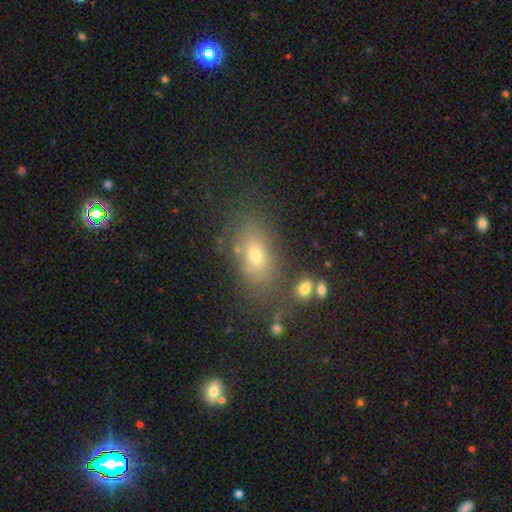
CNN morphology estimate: This appears to be a smooth galaxy with no disk features (69%) that is in between round and cigar-shaped (81%). Merging: none (73%).